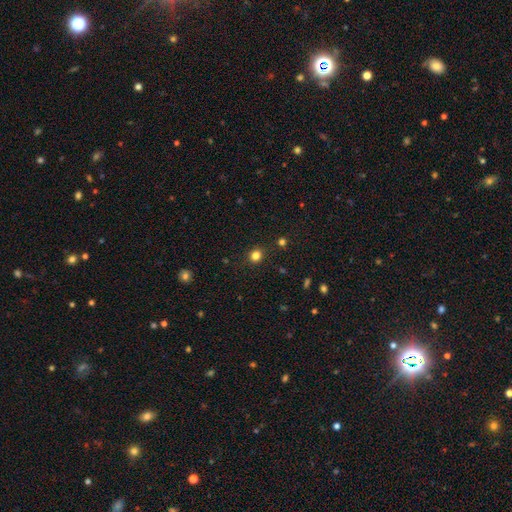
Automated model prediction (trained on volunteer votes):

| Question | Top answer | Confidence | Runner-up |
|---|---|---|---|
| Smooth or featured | smooth | 81% | star or artifact (15%) |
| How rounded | round | 79% | in between (21%) |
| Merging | none | 88% | minor disturbance (8%) |